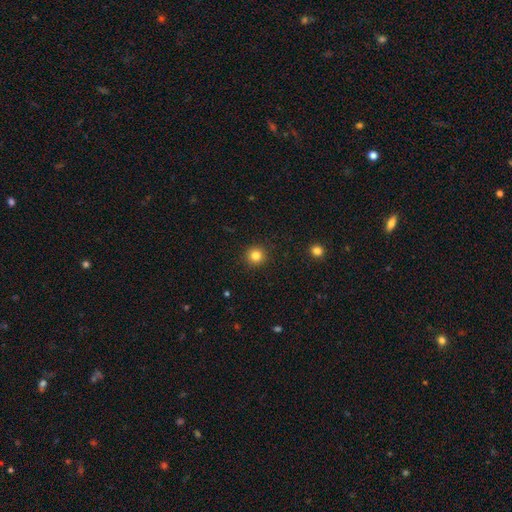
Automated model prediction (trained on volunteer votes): This is clearly a smooth galaxy (82%). How rounded: clearly round (94%). Merging: clearly none (92%).